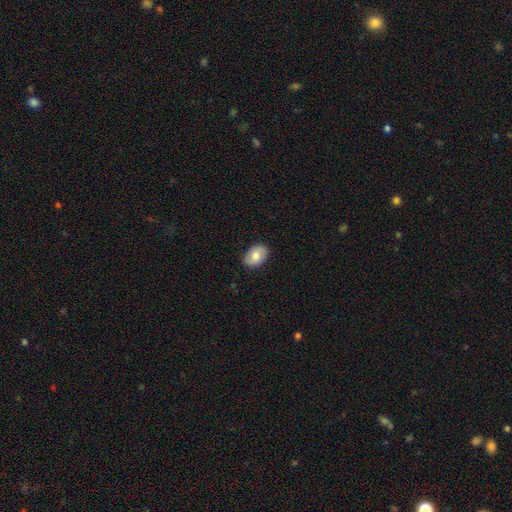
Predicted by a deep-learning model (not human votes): Smooth or featured: smooth — 75% (featured or disk — 18%)
How rounded: in between — 84% (round — 15%)
Merging: none — 85% (minor disturbance — 12%)